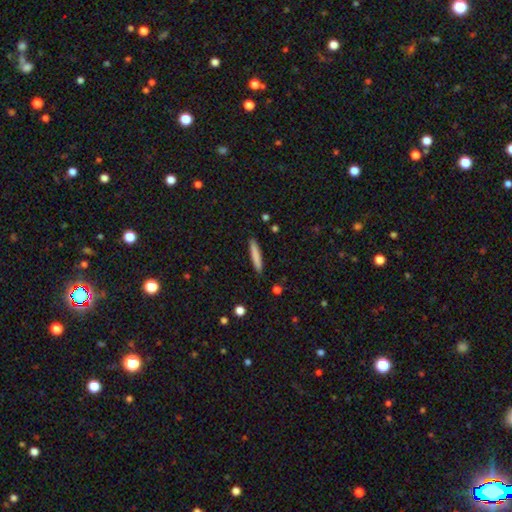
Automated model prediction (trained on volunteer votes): Morphology: type=smooth (81%); roundness=cigar-shaped (94%); merging=none (90%).